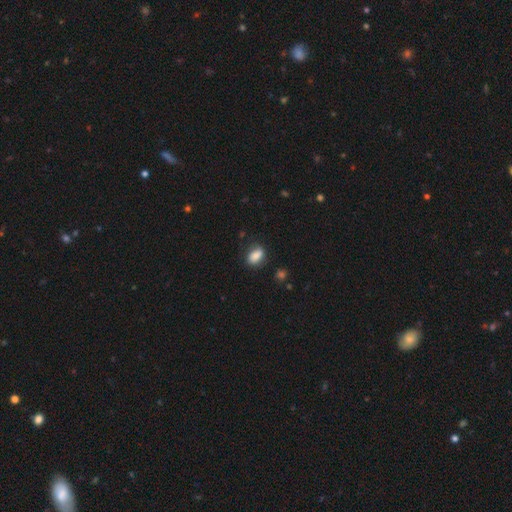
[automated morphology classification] Smooth or featured? Predicted: smooth (p=0.83). How rounded? Predicted: in between (p=0.82). Merging? Predicted: none (p=0.75).